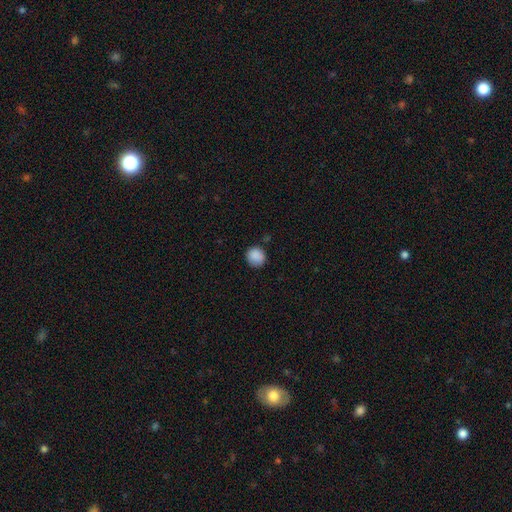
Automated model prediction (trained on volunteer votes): A smooth galaxy with no disk features (88%) that is round (86%).

Vote fractions:
- Smooth or featured? smooth: 88% / star or artifact: 9% / featured or disk: 4%
- How rounded? round: 86% / in between: 13% / cigar-shaped: 1%
- Merging? none: 80% / minor disturbance: 15% / major disturbance: 3% / merger: 2%